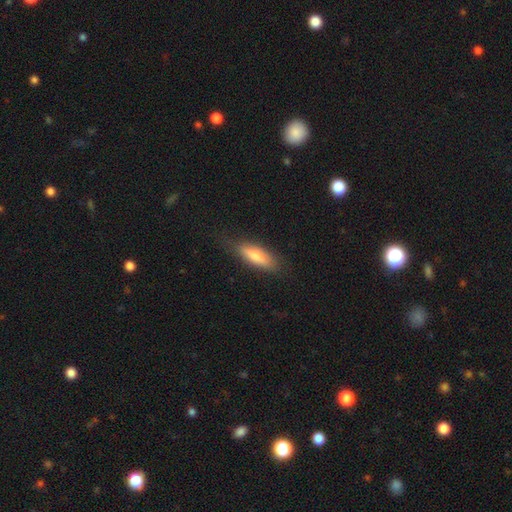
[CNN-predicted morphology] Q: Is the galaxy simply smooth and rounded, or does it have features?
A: smooth — 68%.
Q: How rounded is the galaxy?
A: in between — 50%.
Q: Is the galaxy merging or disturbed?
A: none — 77%.